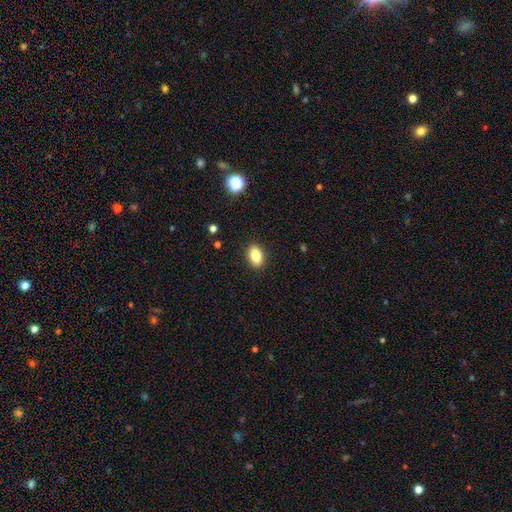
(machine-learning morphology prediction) The model was most divided on "how rounded": in between: 86%, round: 12%, cigar-shaped: 2%. More confident: merging — none (90%); smooth or featured — smooth (84%).